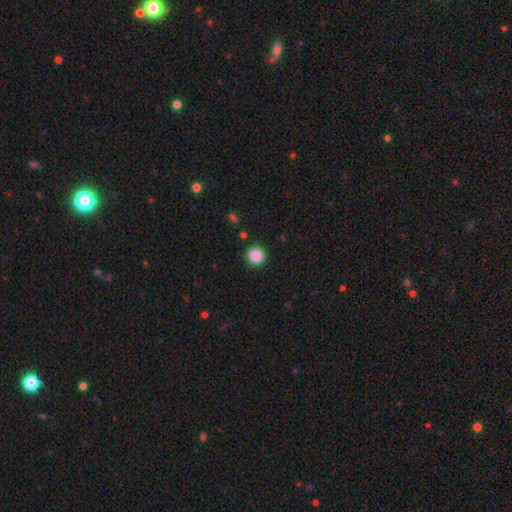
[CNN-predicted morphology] This is clearly a smooth galaxy (88%). How rounded: clearly round (95%). Merging: clearly none (91%).